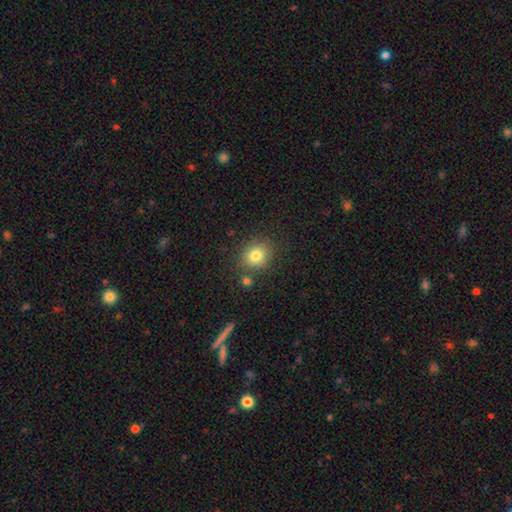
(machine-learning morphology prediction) Smooth or featured? Predicted: smooth (p=0.79). How rounded? Predicted: round (p=0.80). Merging? Predicted: none (p=0.80).